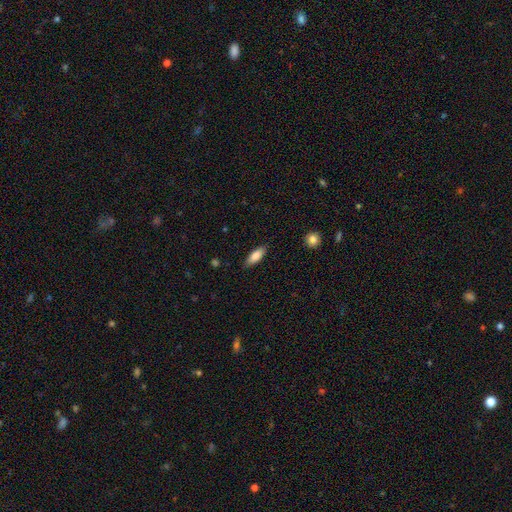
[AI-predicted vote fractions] Smooth or featured? smooth (80%)
How rounded? in between (66%)
Merging? none (86%)